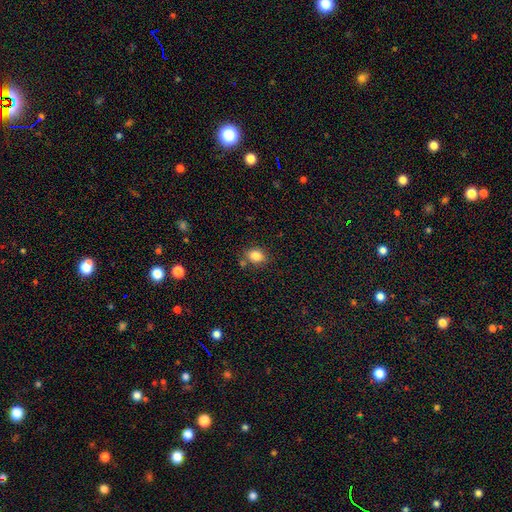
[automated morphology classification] smooth-or-featured: smooth: 83% | star or artifact: 10% | featured or disk: 7%
  how-rounded: in between: 62% | round: 37% | cigar-shaped: 1%
  merging: none: 73% | minor disturbance: 13% | merger: 10% | major disturbance: 3%